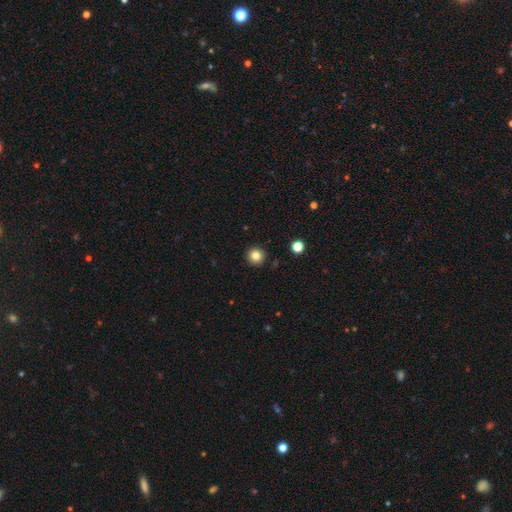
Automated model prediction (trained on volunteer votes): This is clearly a smooth galaxy (83%). How rounded: clearly round (96%). Merging: clearly none (93%).